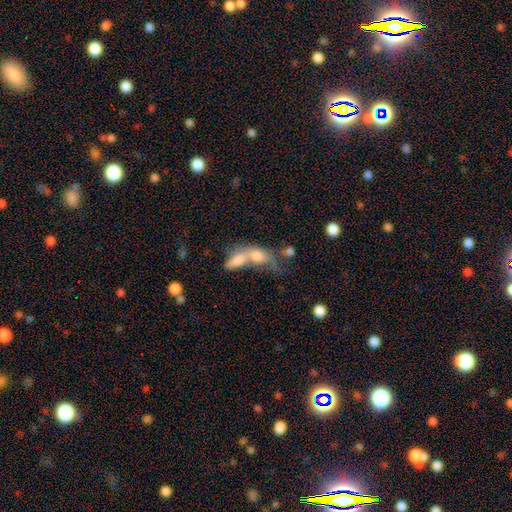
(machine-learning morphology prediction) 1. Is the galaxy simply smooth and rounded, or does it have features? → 63% smooth, 25% featured or disk, 12% star or artifact.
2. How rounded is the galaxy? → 68% in between, 17% round, 16% cigar-shaped.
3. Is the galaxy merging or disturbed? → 70% merger, 15% none, 8% major disturbance, 7% minor disturbance.